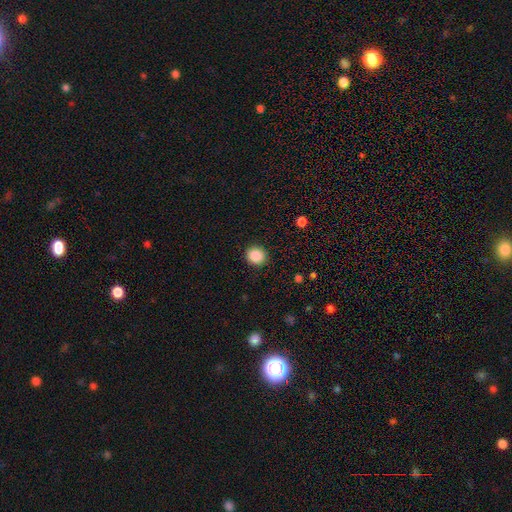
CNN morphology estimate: smooth-or-featured: smooth: 88% | star or artifact: 9% | featured or disk: 3%
  how-rounded: round: 88% | in between: 11% | cigar-shaped: 1%
  merging: none: 91% | minor disturbance: 6% | major disturbance: 2% | merger: 1%